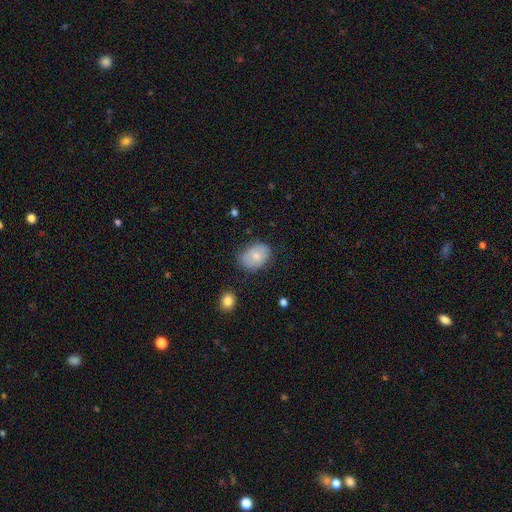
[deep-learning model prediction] Morphology: type=smooth (75%); roundness=in between (75%); merging=none (72%).